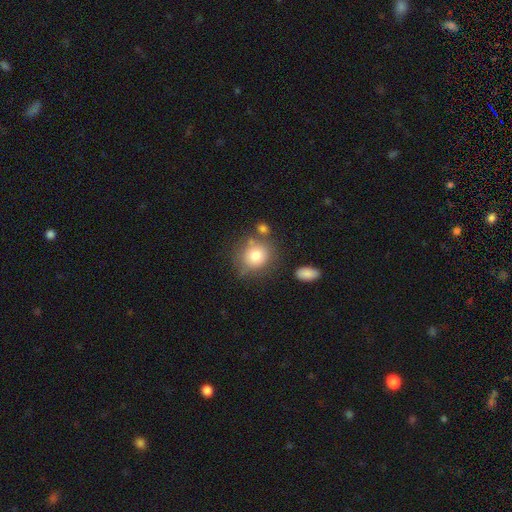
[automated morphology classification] smooth-or-featured: smooth: 79% | featured or disk: 12% | star or artifact: 10%
  how-rounded: round: 84% | in between: 15% | cigar-shaped: 1%
  merging: none: 65% | minor disturbance: 17% | merger: 12% | major disturbance: 6%